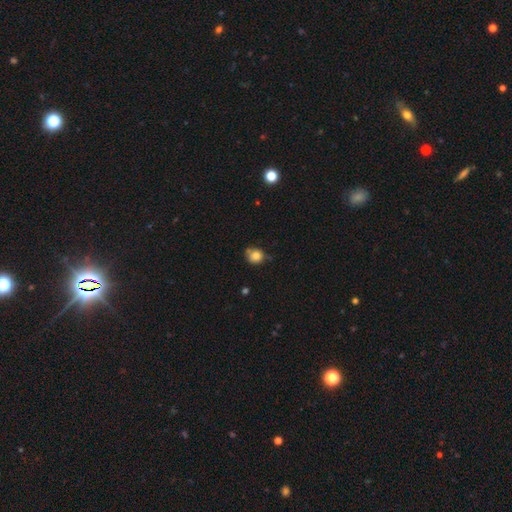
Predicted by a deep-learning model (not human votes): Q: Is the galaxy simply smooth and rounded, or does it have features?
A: smooth — 79%.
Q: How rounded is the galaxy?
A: round — 80%.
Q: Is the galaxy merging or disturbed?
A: none — 62%.